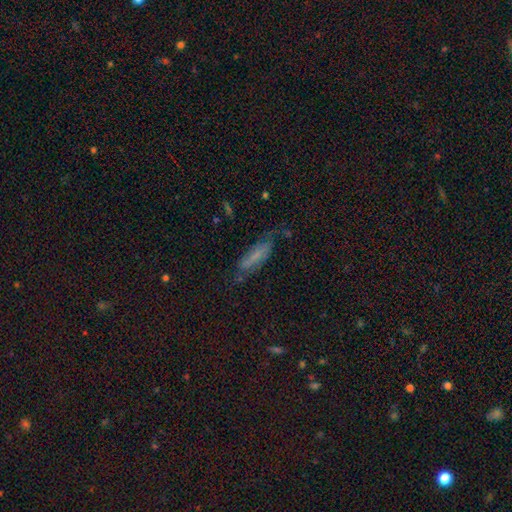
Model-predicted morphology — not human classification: This is possibly a featured or disk galaxy (47%). Merging: likely none (60%).